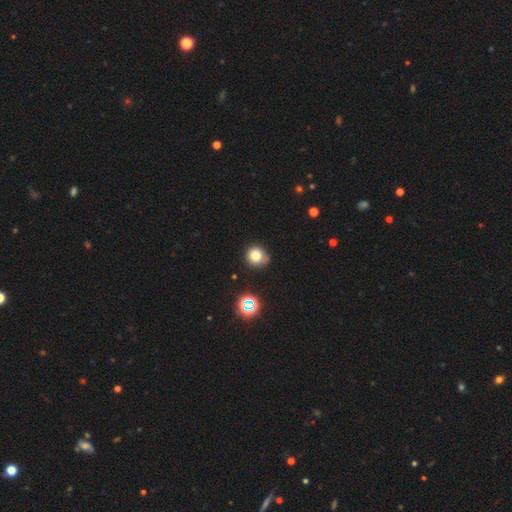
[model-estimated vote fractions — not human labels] Smooth or featured? Predicted: smooth (p=0.77). How rounded? Predicted: round (p=0.86). Merging? Predicted: none (p=0.67).